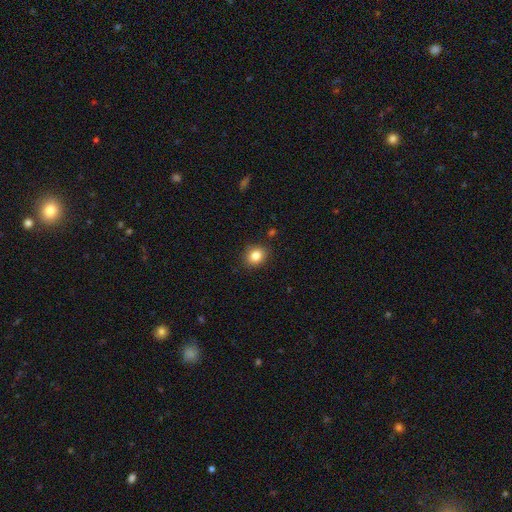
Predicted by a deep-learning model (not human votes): A smooth galaxy with no disk features (84%) that is round (68%).

Vote fractions:
- Smooth or featured? smooth: 84% / star or artifact: 10% / featured or disk: 6%
- How rounded? round: 68% / in between: 31% / cigar-shaped: 1%
- Merging? none: 88% / minor disturbance: 9% / major disturbance: 2% / merger: 1%